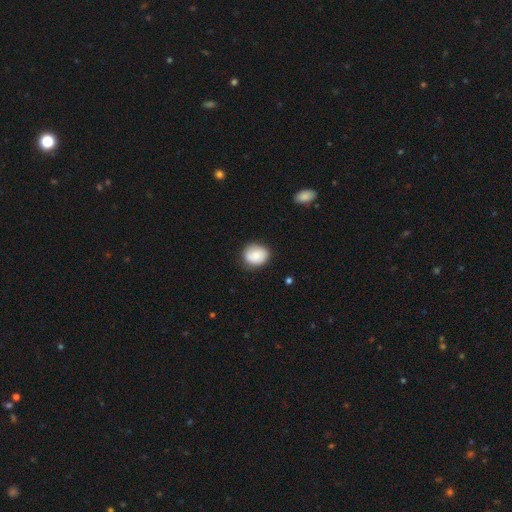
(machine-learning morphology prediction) smooth-or-featured: smooth: 82% | featured or disk: 11% | star or artifact: 7%
  how-rounded: round: 71% | in between: 29% | cigar-shaped: 1%
  merging: none: 81% | minor disturbance: 15% | major disturbance: 3% | merger: 1%